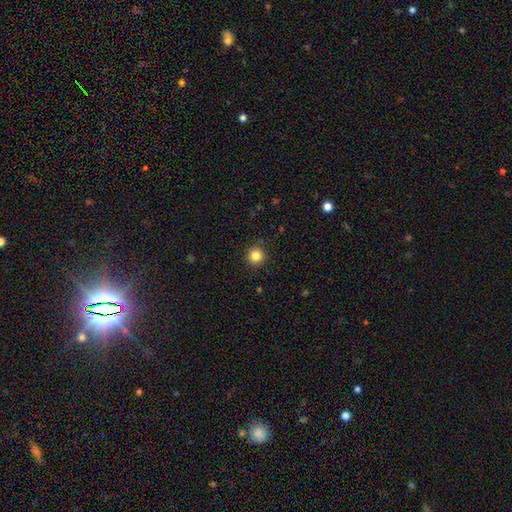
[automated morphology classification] A smooth galaxy with no disk features (84%) that is round (95%).

Vote fractions:
- Smooth or featured? smooth: 84% / star or artifact: 12% / featured or disk: 4%
- How rounded? round: 95% / in between: 4% / cigar-shaped: 1%
- Merging? none: 92% / minor disturbance: 5% / major disturbance: 2% / merger: 1%